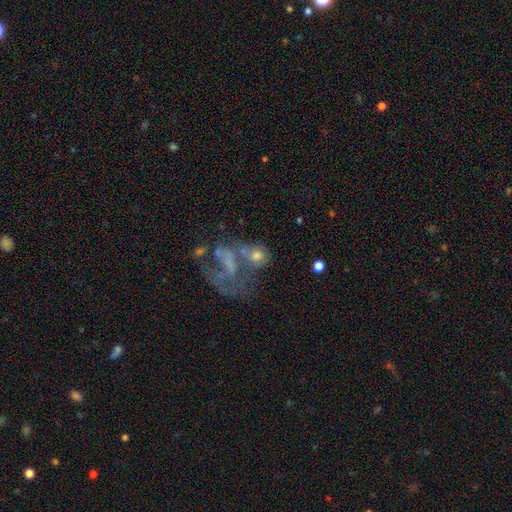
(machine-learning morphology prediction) Smooth or featured?
  - featured or disk: 46% *
  - smooth: 36%
  - star or artifact: 18%
Merging?
  - major disturbance: 33% *
  - merger: 31%
  - none: 24%
  - minor disturbance: 13%